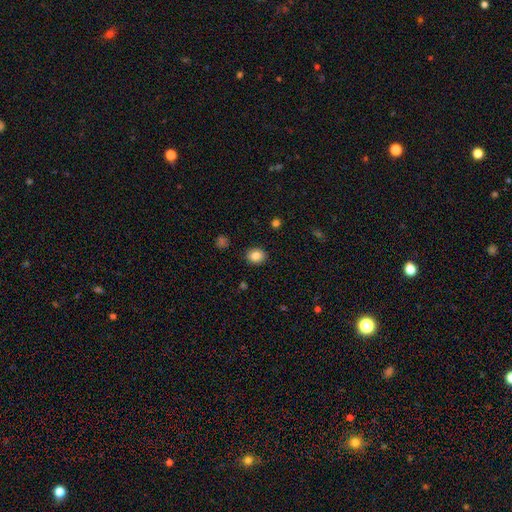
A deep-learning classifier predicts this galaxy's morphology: This is clearly a smooth galaxy (85%). How rounded: likely round (69%). Merging: clearly none (90%).